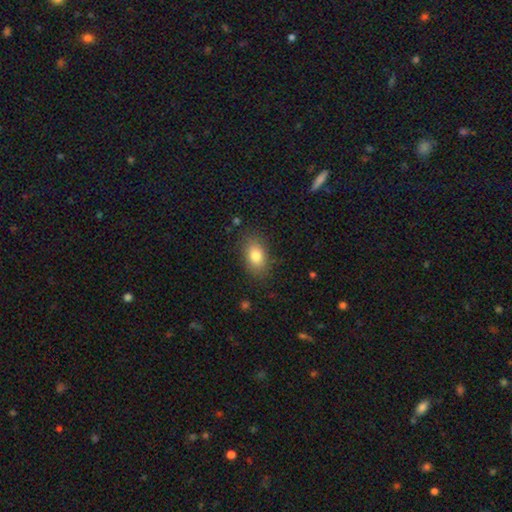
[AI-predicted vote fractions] smooth-or-featured: smooth: 81% | featured or disk: 10% | star or artifact: 9%
  how-rounded: in between: 85% | round: 13% | cigar-shaped: 2%
  merging: none: 83% | minor disturbance: 12% | major disturbance: 3% | merger: 1%